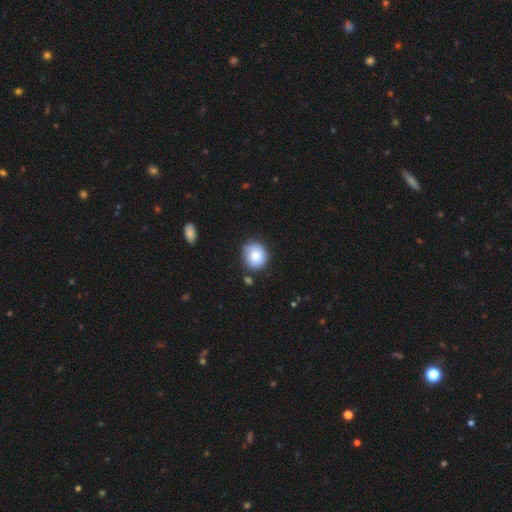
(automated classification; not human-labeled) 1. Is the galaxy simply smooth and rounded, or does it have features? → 76% smooth, 16% featured or disk, 8% star or artifact.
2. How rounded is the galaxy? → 86% round, 13% in between, 1% cigar-shaped.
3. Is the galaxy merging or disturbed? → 75% none, 18% minor disturbance, 4% merger, 4% major disturbance.